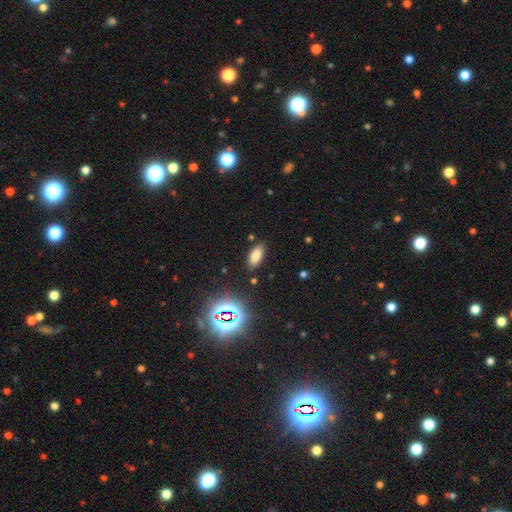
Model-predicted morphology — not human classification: Q: Smooth or featured?
A: smooth (76%); runner-up: star or artifact (16%)
Q: How rounded?
A: in between (84%); runner-up: cigar-shaped (13%)
Q: Merging?
A: none (85%); runner-up: minor disturbance (11%)